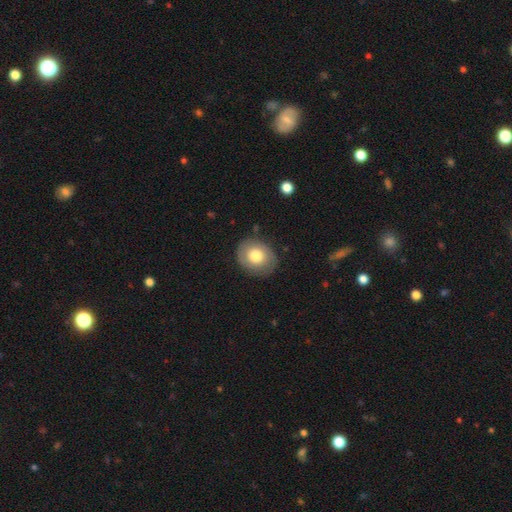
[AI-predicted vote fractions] Smooth or featured?
  - smooth: 71% *
  - featured or disk: 22%
  - star or artifact: 7%
How rounded?
  - round: 63% *
  - in between: 36%
  - cigar-shaped: 1%
Merging?
  - none: 82% *
  - minor disturbance: 13%
  - major disturbance: 4%
  - merger: 1%